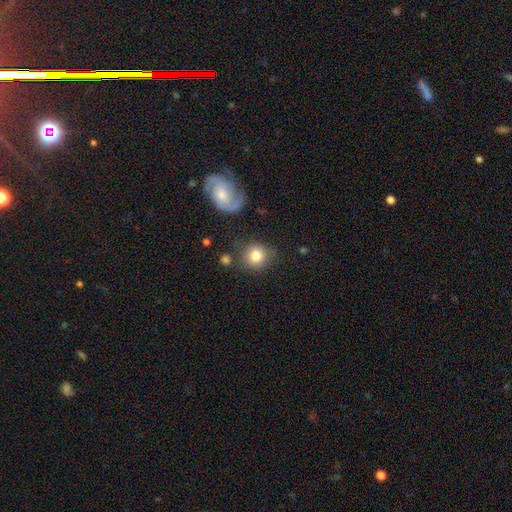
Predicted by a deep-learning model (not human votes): smooth_or_featured: smooth (p=0.80) [alt: featured or disk p=0.11]
how_rounded: round (p=0.87) [alt: in between p=0.12]
merging: none (p=0.77) [alt: minor disturbance p=0.13]